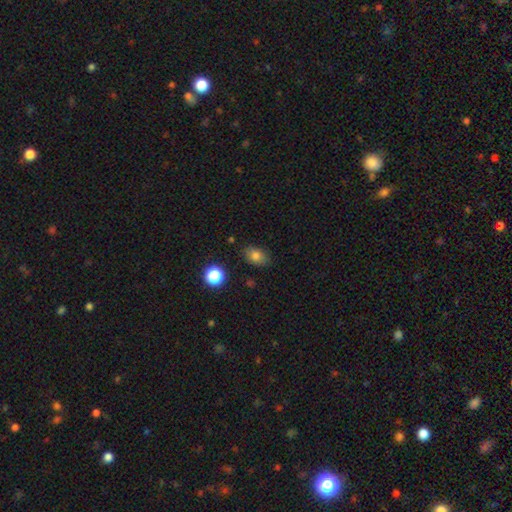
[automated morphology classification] Smooth or featured: smooth — 79% (star or artifact — 12%)
How rounded: in between — 79% (round — 20%)
Merging: none — 83% (minor disturbance — 12%)